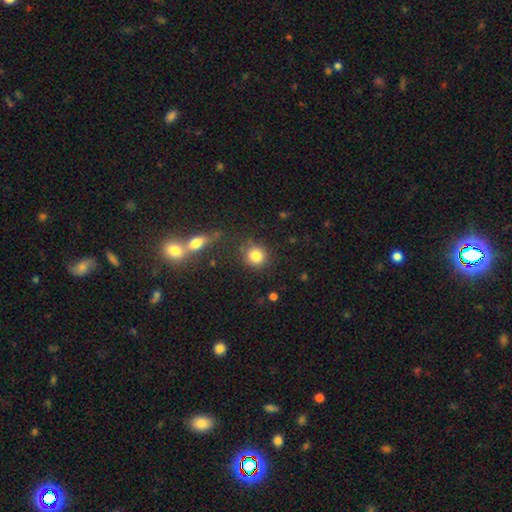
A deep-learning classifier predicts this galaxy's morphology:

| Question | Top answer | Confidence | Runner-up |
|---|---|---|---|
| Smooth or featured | smooth | 83% | star or artifact (10%) |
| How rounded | round | 89% | in between (9%) |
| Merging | none | 79% | minor disturbance (11%) |